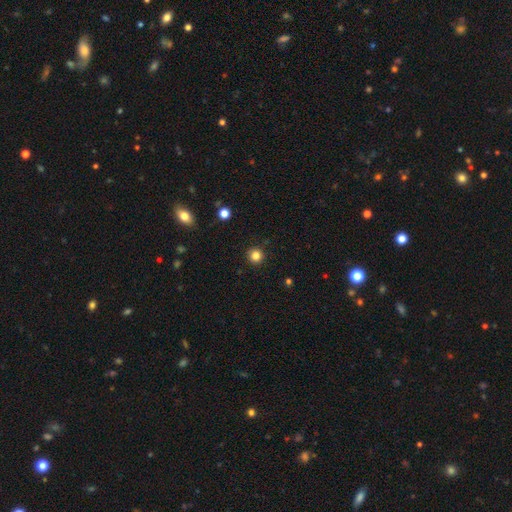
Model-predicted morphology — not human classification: A smooth galaxy with no disk features (84%) that is round (95%). Merging: none (92%).